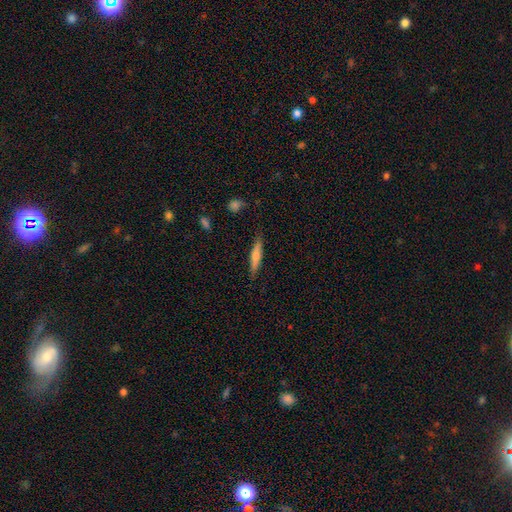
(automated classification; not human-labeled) This appears to be a smooth galaxy with no disk features (58%) that is cigar-shaped (88%). Merging: none (85%).